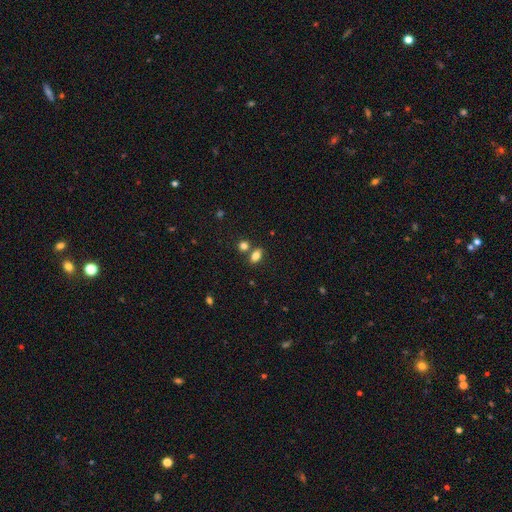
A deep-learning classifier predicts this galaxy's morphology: Smooth or featured? smooth (82%)
How rounded? in between (83%)
Merging? none (67%)